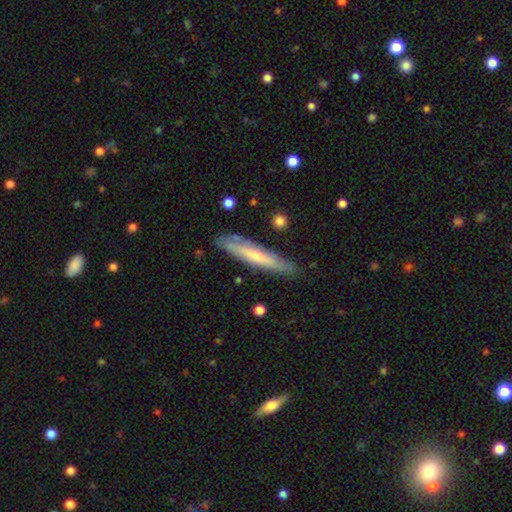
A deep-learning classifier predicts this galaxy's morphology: type=smooth (55%); roundness=cigar-shaped (91%); merging=none (83%).